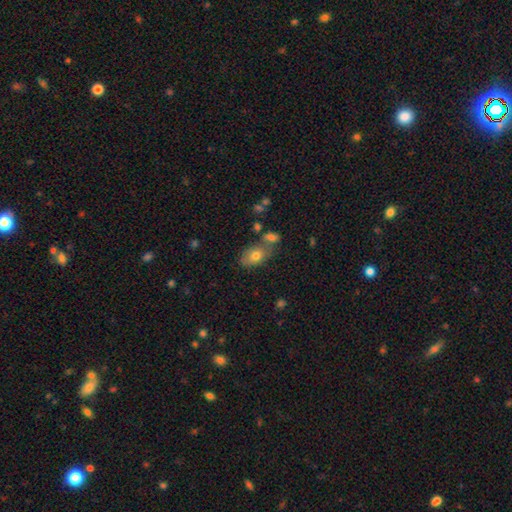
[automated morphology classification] This is likely a smooth galaxy (76%). How rounded: clearly in between (87%). Merging: possibly none (55%).